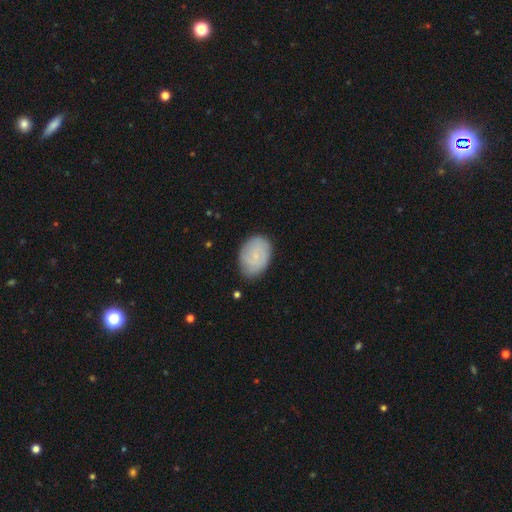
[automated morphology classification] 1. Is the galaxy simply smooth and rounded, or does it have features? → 55% smooth, 38% featured or disk, 7% star or artifact.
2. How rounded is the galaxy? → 77% in between, 22% round, 1% cigar-shaped.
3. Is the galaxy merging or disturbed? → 78% none, 18% minor disturbance, 4% major disturbance, 1% merger.